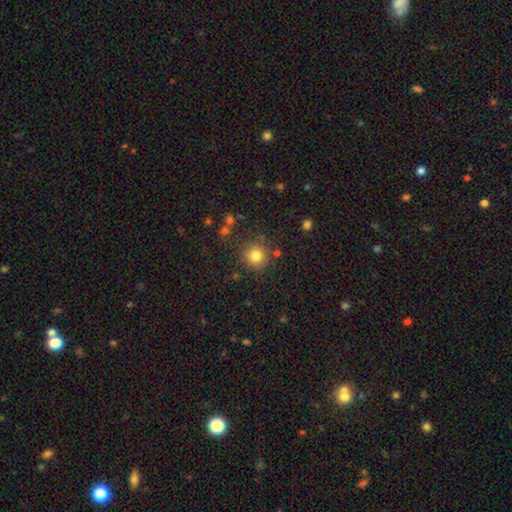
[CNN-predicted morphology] Q: Smooth or featured?
A: smooth (82%); runner-up: star or artifact (12%)
Q: How rounded?
A: round (93%); runner-up: in between (6%)
Q: Merging?
A: none (84%); runner-up: minor disturbance (8%)